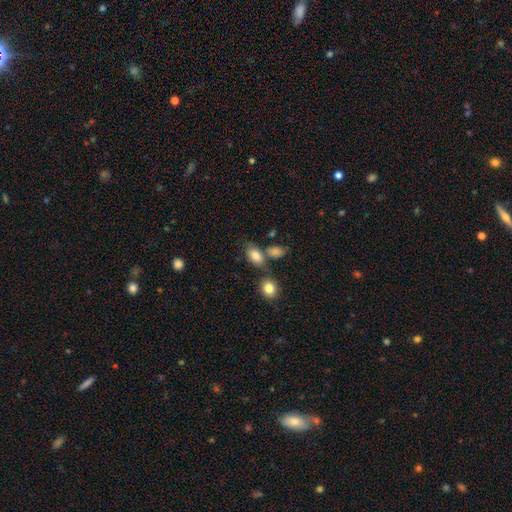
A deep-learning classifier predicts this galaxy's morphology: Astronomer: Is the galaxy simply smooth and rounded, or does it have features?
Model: smooth — 82%.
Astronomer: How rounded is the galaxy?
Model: in between — 88%.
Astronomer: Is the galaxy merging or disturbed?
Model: none — 57%.